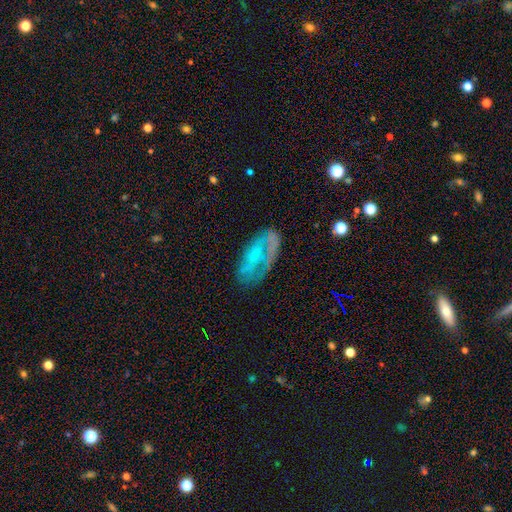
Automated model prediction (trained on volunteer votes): A featured or disk galaxy (52%).

Vote fractions:
- Smooth or featured? featured or disk: 52% / smooth: 38% / star or artifact: 10%
- Edge-on disk? no: 91% / yes: 9%
- Merging? none: 49% / minor disturbance: 25% / major disturbance: 23% / merger: 4%